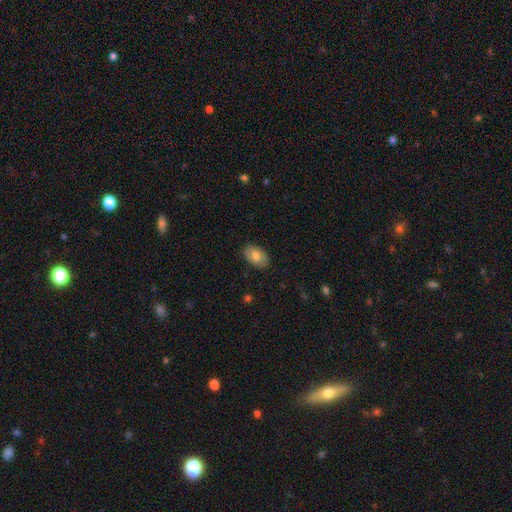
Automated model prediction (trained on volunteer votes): Smooth or featured: smooth — 75% (featured or disk — 19%)
How rounded: in between — 91% (round — 8%)
Merging: none — 85% (minor disturbance — 11%)